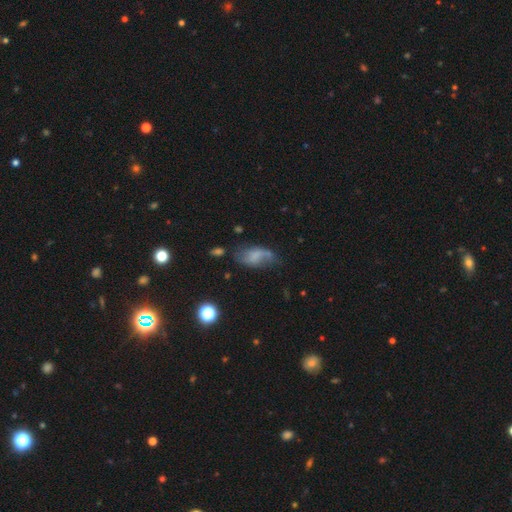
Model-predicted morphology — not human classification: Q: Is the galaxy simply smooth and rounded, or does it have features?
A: smooth — 48%.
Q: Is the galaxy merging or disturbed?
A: none — 45%.